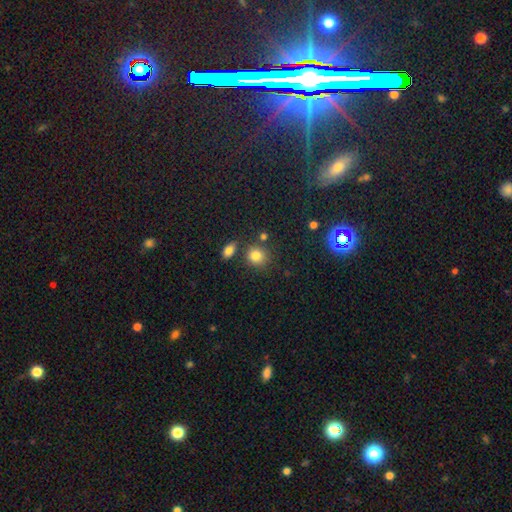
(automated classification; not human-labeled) A smooth galaxy with no disk features (80%) that is round (79%). Merging: none (73%).